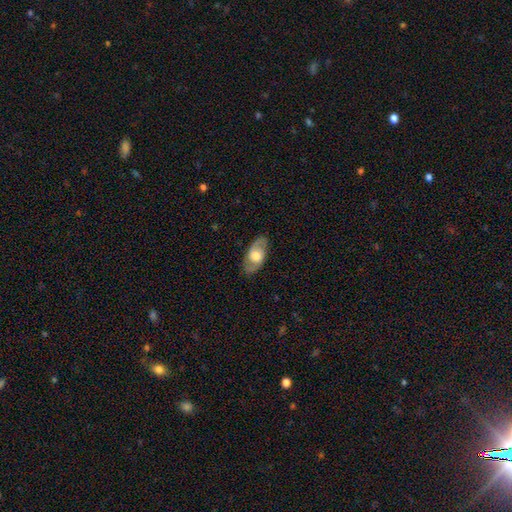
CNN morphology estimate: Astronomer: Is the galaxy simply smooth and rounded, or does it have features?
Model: featured or disk — 52% (runner-up: smooth, 42%).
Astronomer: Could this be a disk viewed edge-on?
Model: no — 83%.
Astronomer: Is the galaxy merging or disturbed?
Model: none — 80%.